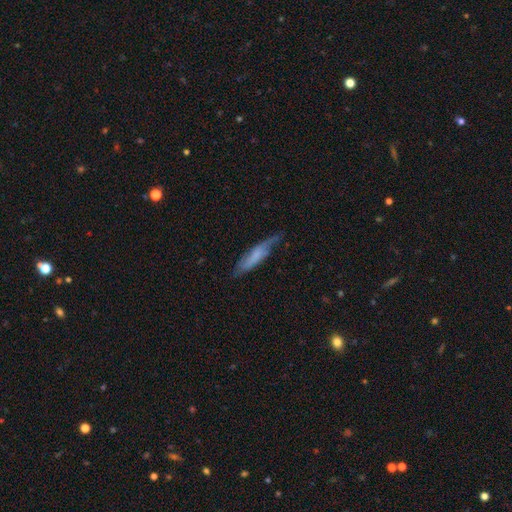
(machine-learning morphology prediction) type=smooth (51%); roundness=cigar-shaped (79%); merging=none (63%).